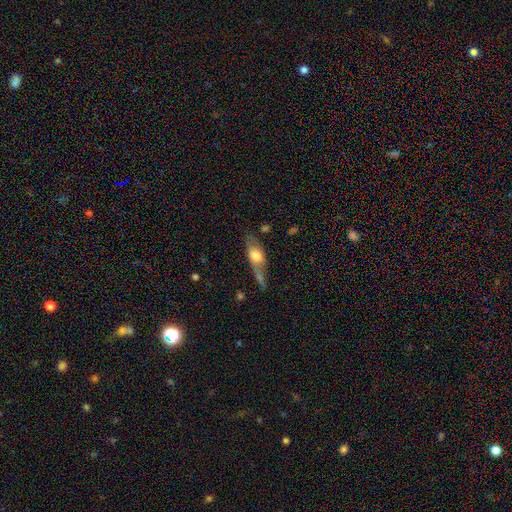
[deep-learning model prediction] smooth-or-featured: smooth: 53% | featured or disk: 40% | star or artifact: 8%
  how-rounded: in between: 66% | cigar-shaped: 27% | round: 7%
  merging: none: 48% | minor disturbance: 25% | merger: 14% | major disturbance: 13%